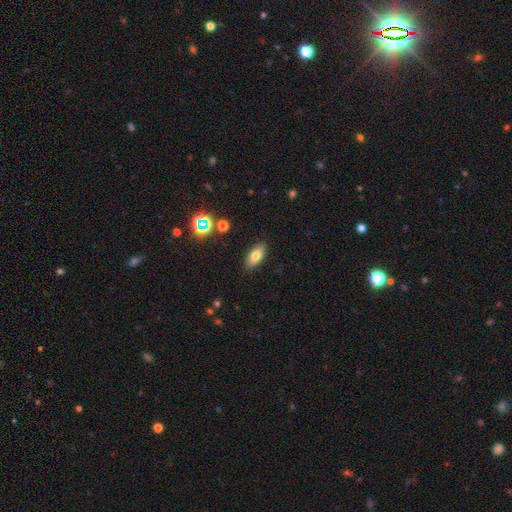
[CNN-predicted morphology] smooth-or-featured: smooth: 74% | featured or disk: 16% | star or artifact: 10%
  how-rounded: in between: 81% | cigar-shaped: 15% | round: 4%
  merging: none: 88% | minor disturbance: 9% | major disturbance: 2% | merger: 1%